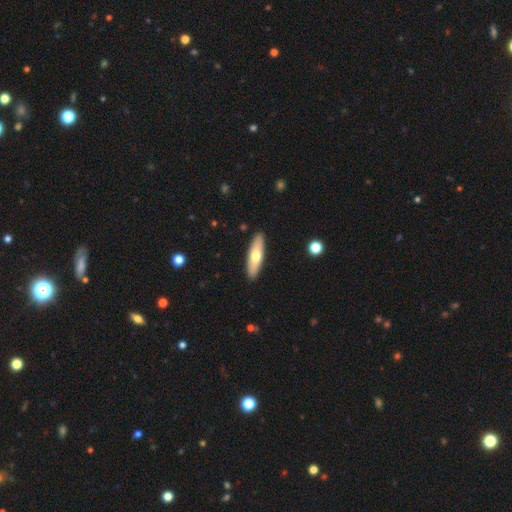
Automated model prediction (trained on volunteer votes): This is likely a smooth galaxy (64%). How rounded: possibly cigar-shaped (56%). Merging: clearly none (90%).